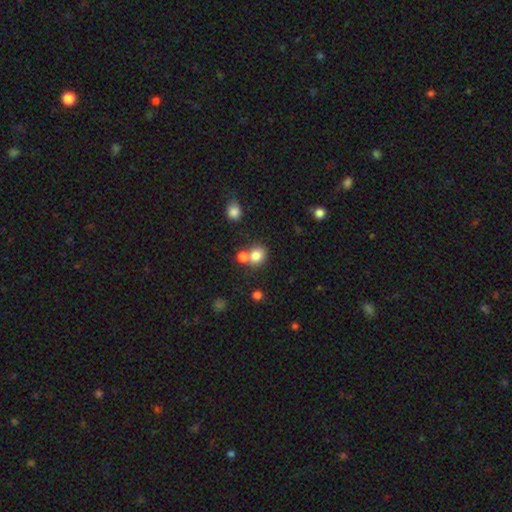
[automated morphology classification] Overall: smooth (79%). How rounded: round (71%). Merging: none (51%; merger 35%).